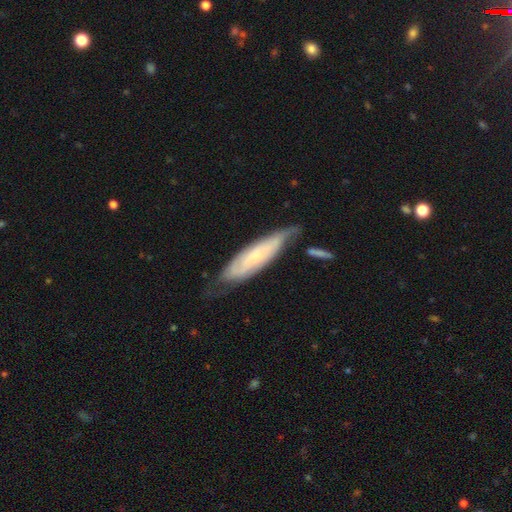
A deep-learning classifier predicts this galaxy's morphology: Smooth or featured?
  - featured or disk: 49% *
  - smooth: 44%
  - star or artifact: 7%
Merging?
  - none: 53% *
  - minor disturbance: 30%
  - major disturbance: 11%
  - merger: 7%